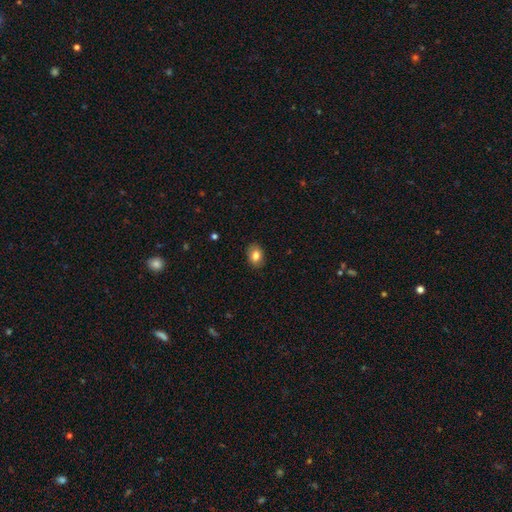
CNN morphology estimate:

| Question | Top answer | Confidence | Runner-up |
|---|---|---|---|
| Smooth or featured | smooth | 82% | featured or disk (10%) |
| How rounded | in between | 71% | round (28%) |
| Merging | none | 87% | minor disturbance (10%) |